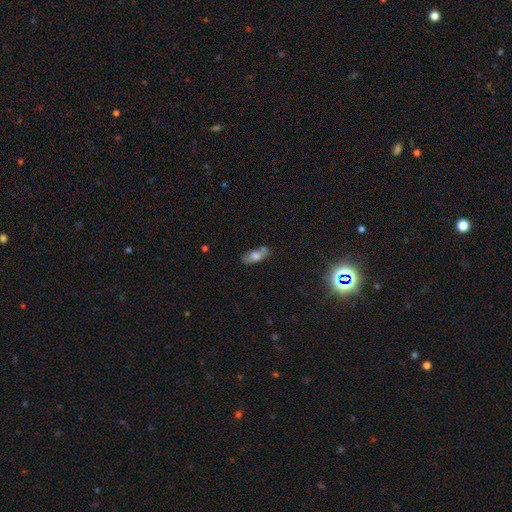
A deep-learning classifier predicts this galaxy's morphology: Q: Smooth or featured?
A: smooth (68%); runner-up: featured or disk (23%)
Q: How rounded?
A: in between (76%); runner-up: cigar-shaped (19%)
Q: Merging?
A: none (57%); runner-up: minor disturbance (20%)